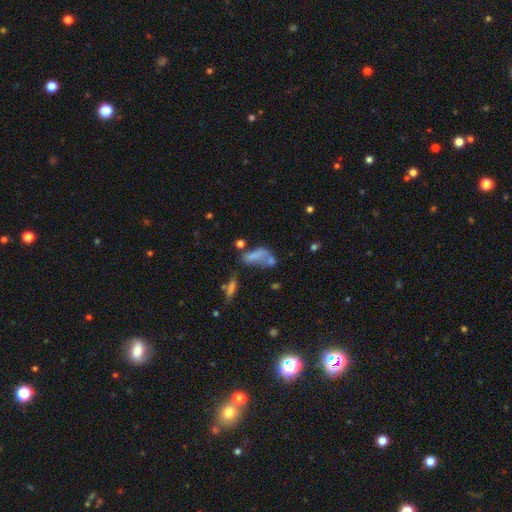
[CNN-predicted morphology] type=smooth (63%); roundness=in between (72%); merging=merger (37%).